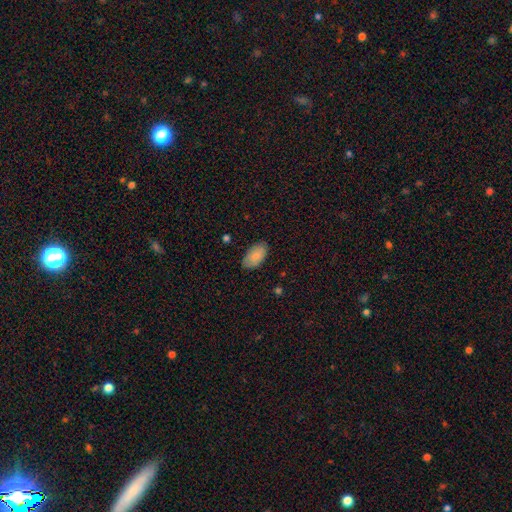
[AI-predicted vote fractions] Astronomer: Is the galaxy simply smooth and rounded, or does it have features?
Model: smooth — 86%.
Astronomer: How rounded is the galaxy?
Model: in between — 95%.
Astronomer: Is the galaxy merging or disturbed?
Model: none — 84%.